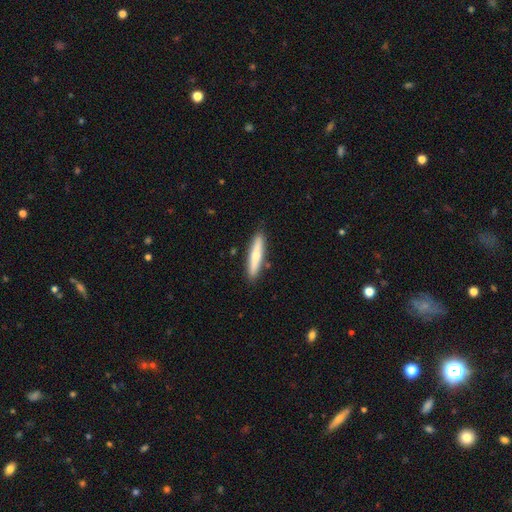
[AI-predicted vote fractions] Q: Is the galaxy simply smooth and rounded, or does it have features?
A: smooth — 61%.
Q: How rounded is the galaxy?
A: cigar-shaped — 89%.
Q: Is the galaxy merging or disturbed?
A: none — 88%.